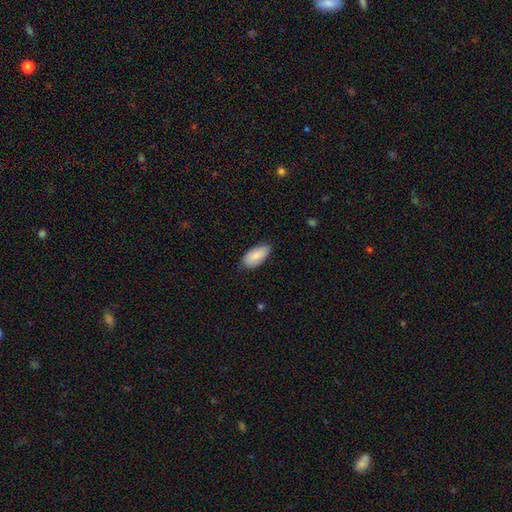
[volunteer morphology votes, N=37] smooth-or-featured: smooth: 92% | featured or disk: 5% | star or artifact: 3%
  how-rounded: in between: 94% | round: 3% | cigar-shaped: 3%
  merging: none: 50% | minor disturbance: 44% | major disturbance: 6% | merger: 0%